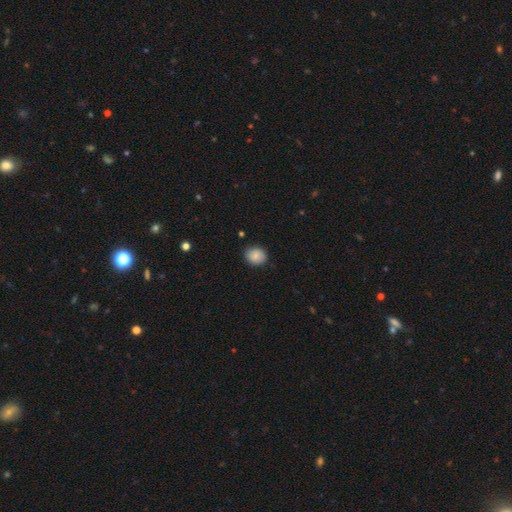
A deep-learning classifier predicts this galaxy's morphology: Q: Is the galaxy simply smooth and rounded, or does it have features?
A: smooth — 85%.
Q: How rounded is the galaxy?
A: round — 68%.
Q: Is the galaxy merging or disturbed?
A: none — 86%.